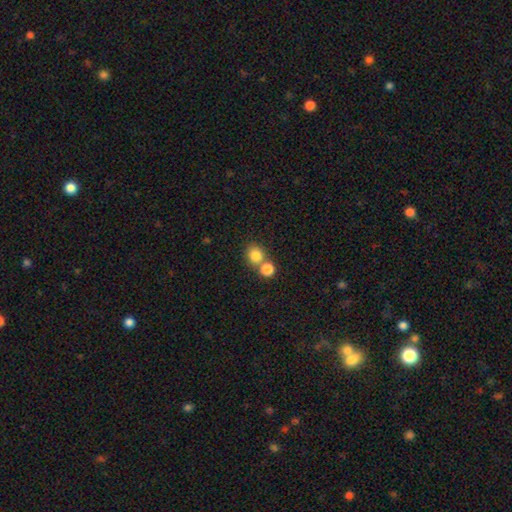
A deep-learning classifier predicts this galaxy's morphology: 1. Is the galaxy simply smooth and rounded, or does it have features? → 82% smooth, 11% star or artifact, 7% featured or disk.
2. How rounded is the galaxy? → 82% round, 17% in between, 1% cigar-shaped.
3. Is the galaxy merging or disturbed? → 51% none, 40% merger, 7% minor disturbance, 3% major disturbance.